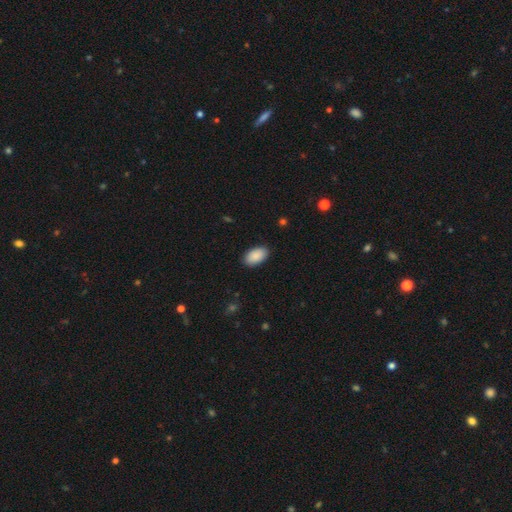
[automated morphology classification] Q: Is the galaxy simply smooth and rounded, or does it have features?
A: smooth — 90%.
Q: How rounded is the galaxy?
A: in between — 95%.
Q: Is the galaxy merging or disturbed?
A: none — 88%.